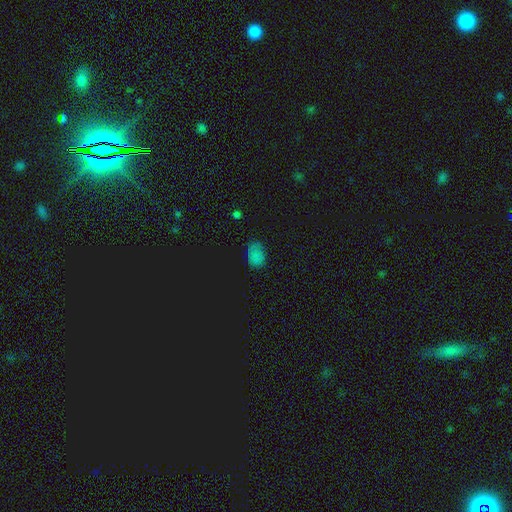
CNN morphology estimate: Smooth or featured?
  - smooth: 64% *
  - star or artifact: 29%
  - featured or disk: 7%
How rounded?
  - in between: 80% *
  - round: 19%
  - cigar-shaped: 2%
Merging?
  - none: 64% *
  - minor disturbance: 26%
  - major disturbance: 8%
  - merger: 2%